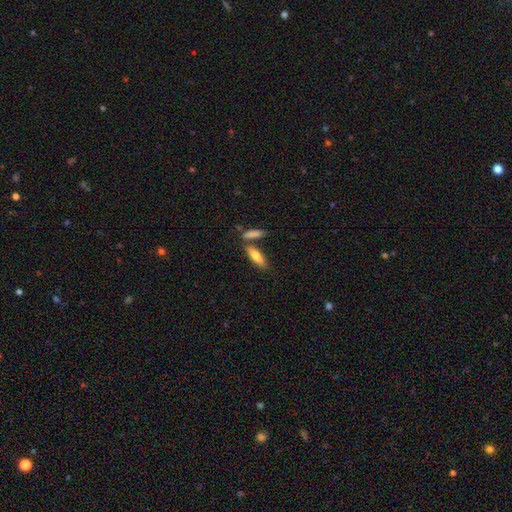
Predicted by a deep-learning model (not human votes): This appears to be a smooth galaxy with no disk features (75%) that is cigar-shaped (51%). Merging: none (69%).